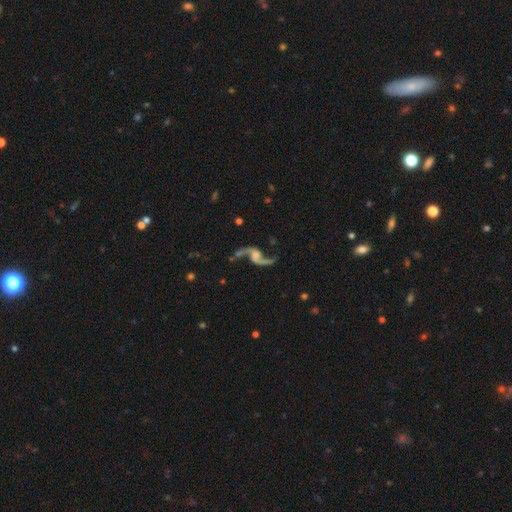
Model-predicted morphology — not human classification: Smooth or featured? featured or disk (90%)
Edge-on disk? no (96%)
Bar? no (58%)
Spiral arms? yes (97%)
Spiral winding? loose (90%)
Spiral arm count? 2 (94%)
Bulge size? none (39%)
Merging? none (72%)